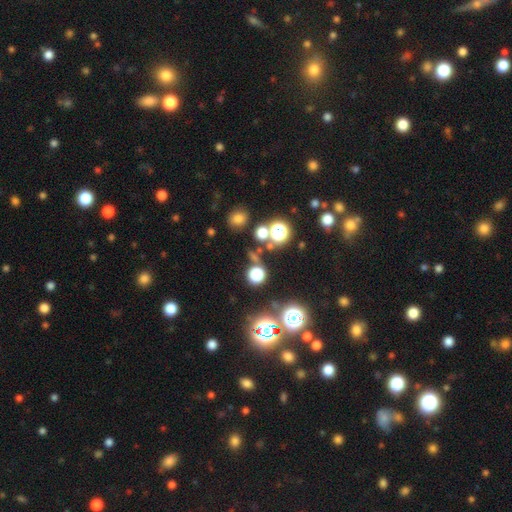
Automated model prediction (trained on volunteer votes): This is possibly a star or artifact rather than a galaxy (55%).